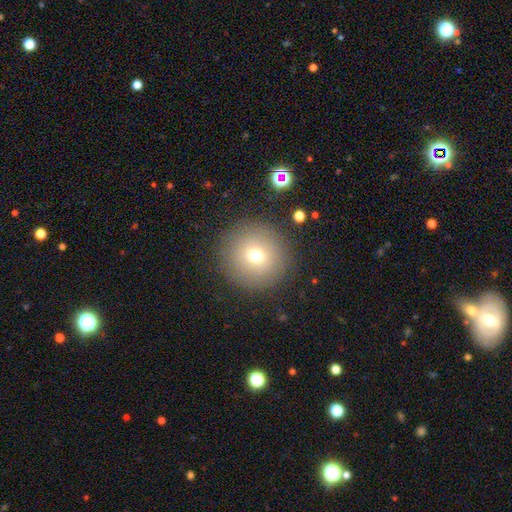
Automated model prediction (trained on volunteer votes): Morphology: type=smooth (70%); roundness=round (96%); merging=none (89%).